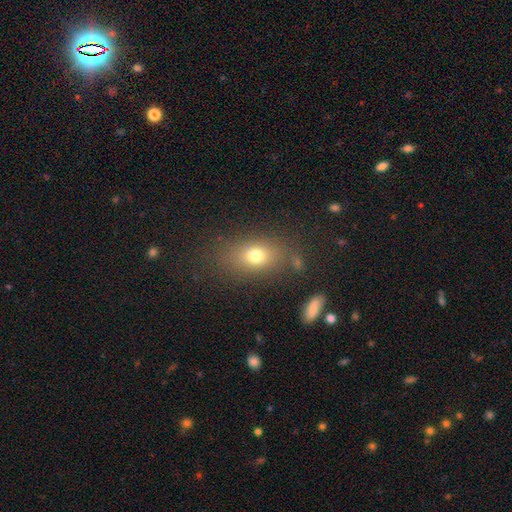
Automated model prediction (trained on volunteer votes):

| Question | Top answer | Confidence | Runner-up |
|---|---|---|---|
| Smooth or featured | smooth | 73% | featured or disk (14%) |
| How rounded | in between | 73% | round (23%) |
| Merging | none | 75% | minor disturbance (14%) |